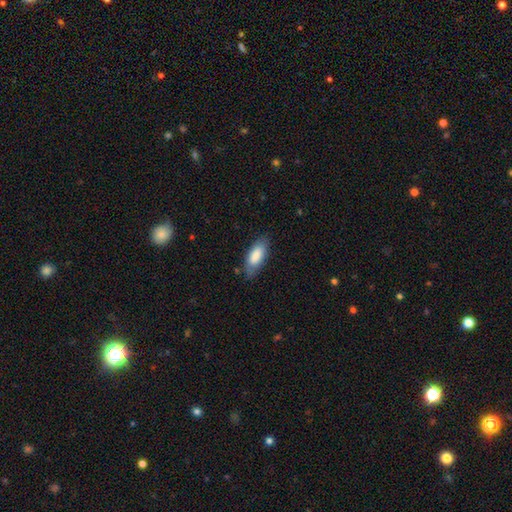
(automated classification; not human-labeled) Q: Smooth or featured?
A: smooth (83%); runner-up: featured or disk (11%)
Q: How rounded?
A: in between (83%); runner-up: cigar-shaped (16%)
Q: Merging?
A: none (74%); runner-up: minor disturbance (20%)